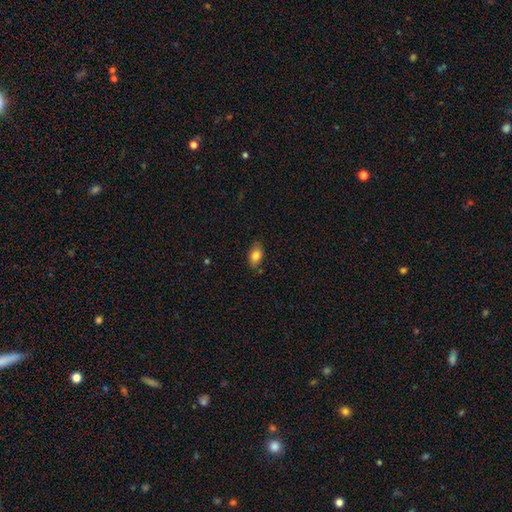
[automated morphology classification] Smooth or featured? Predicted: smooth (p=0.81). How rounded? Predicted: in between (p=0.87). Merging? Predicted: none (p=0.80).